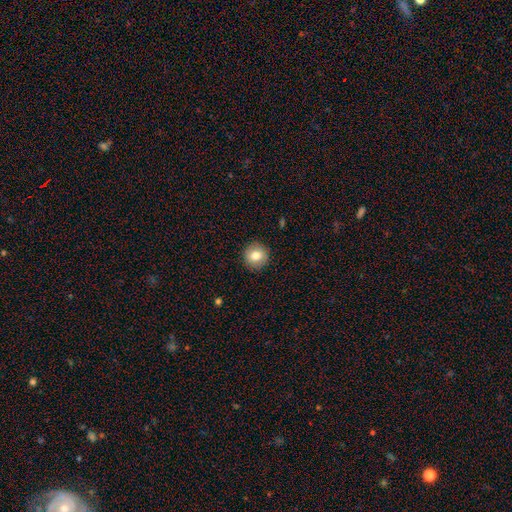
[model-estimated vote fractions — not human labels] smooth-or-featured: smooth: 80% | featured or disk: 12% | star or artifact: 9%
  how-rounded: round: 94% | in between: 5% | cigar-shaped: 1%
  merging: none: 91% | minor disturbance: 6% | major disturbance: 2% | merger: 1%